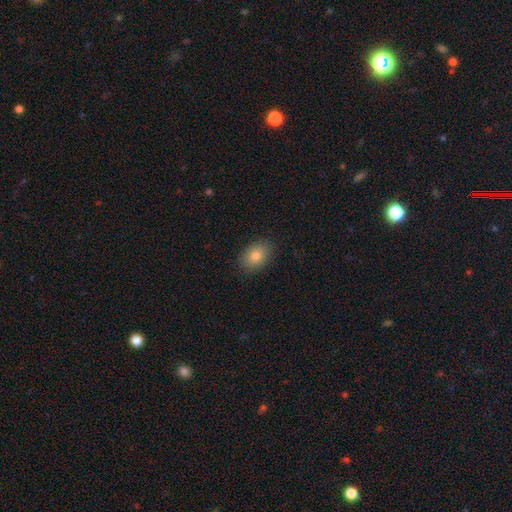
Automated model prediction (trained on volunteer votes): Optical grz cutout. It shows a smooth galaxy with no disk features (82%) that is in between round and cigar-shaped (78%). Merging: none (88%).